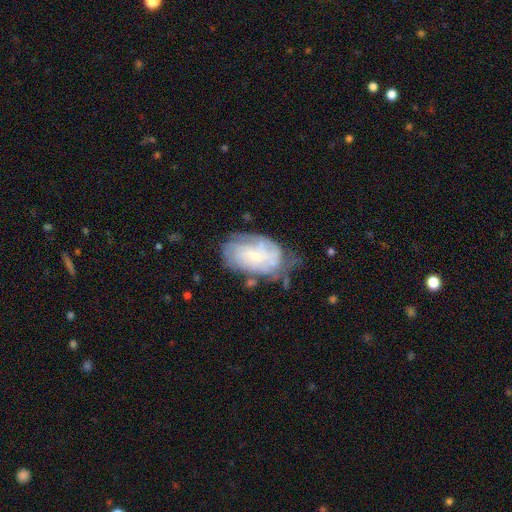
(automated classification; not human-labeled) smooth-or-featured: featured or disk: 70% | smooth: 22% | star or artifact: 8%
  disk-edge-on: no: 96% | yes: 4%
    bar: no: 65% | weak: 29% | strong: 6%
    has-spiral-arms: yes: 84% | no: 16%
      spiral-winding: tight: 64% | medium: 27% | loose: 9%
      spiral-arm-count: can't tell: 56% | 2: 12% | 4: 12% | 3: 11% | more than 4: 6% | 1: 4%
    bulge-size: small: 69% | moderate: 22% | none: 6% | large: 2% | dominant: 1%
  merging: none: 54% | minor disturbance: 28% | major disturbance: 14% | merger: 4%